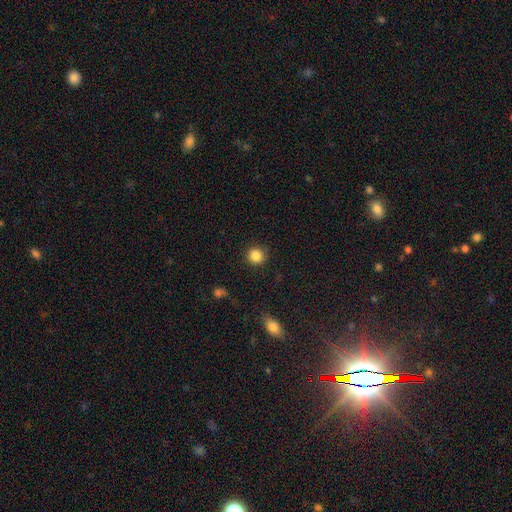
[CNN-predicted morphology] Smooth or featured? smooth (86%)
How rounded? round (93%)
Merging? none (88%)